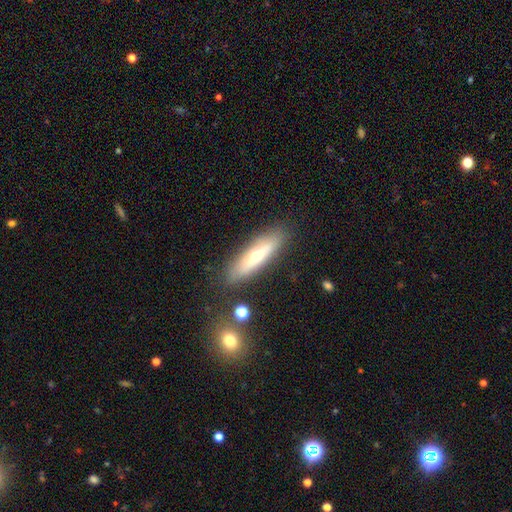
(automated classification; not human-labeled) This is possibly a featured or disk galaxy (48%). Merging: clearly none (83%).